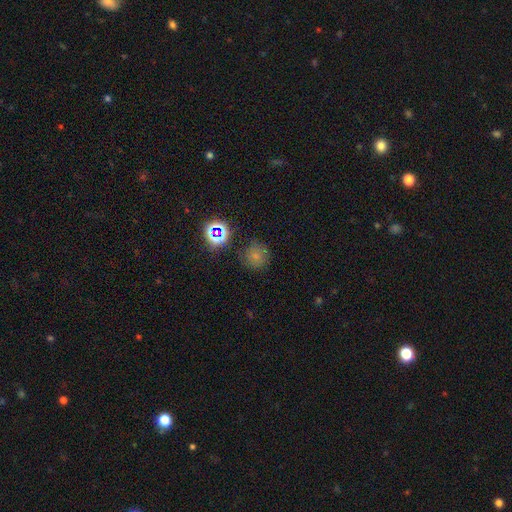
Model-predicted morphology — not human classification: Q: Smooth or featured?
A: smooth (68%); runner-up: star or artifact (24%)
Q: How rounded?
A: round (91%); runner-up: in between (8%)
Q: Merging?
A: none (78%); runner-up: minor disturbance (14%)